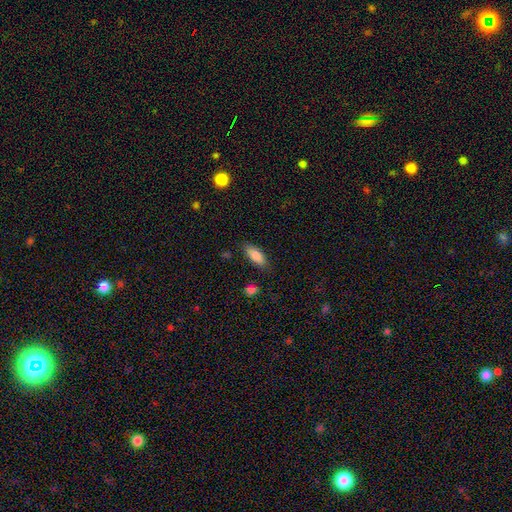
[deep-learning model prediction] This appears to be a smooth galaxy with no disk features (80%) that is in between round and cigar-shaped (74%). Merging: none (83%).